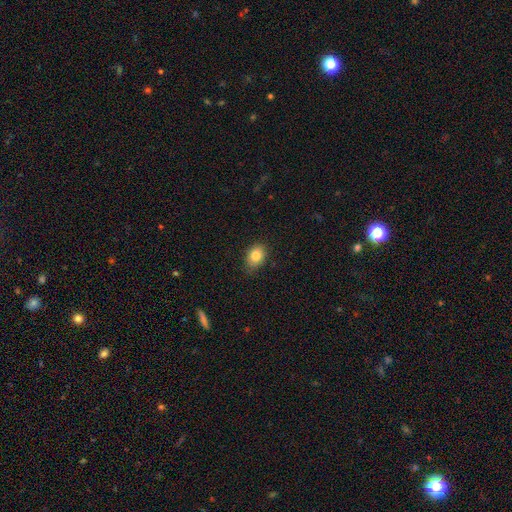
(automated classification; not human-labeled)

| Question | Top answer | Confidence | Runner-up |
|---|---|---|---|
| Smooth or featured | smooth | 82% | star or artifact (9%) |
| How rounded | in between | 67% | round (31%) |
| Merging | none | 79% | minor disturbance (17%) |